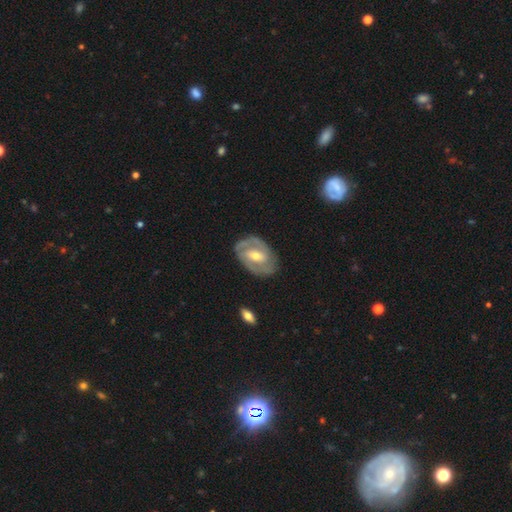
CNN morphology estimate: This appears to be a featured or disk galaxy (83%) with a weak bar (47%), 2 (80%) tight (52%) spiral arms (91%) and a moderate central bulge (62%). Merging: none (81%).